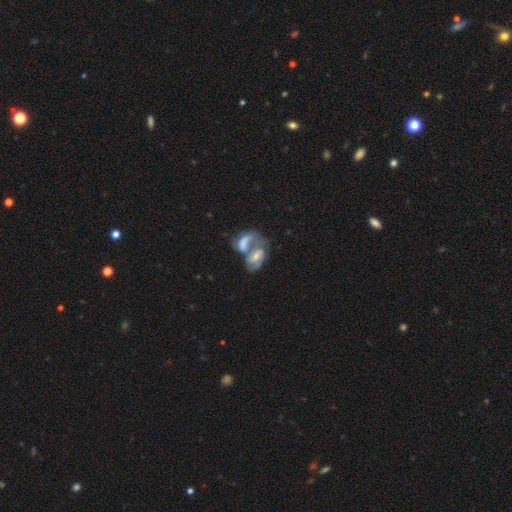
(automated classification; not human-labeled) Smooth or featured? featured or disk (54%)
Edge-on disk? no (95%)
Bar? no (57%)
Spiral arms? yes (54%)
Bulge size? moderate (39%)
Merging? merger (71%)